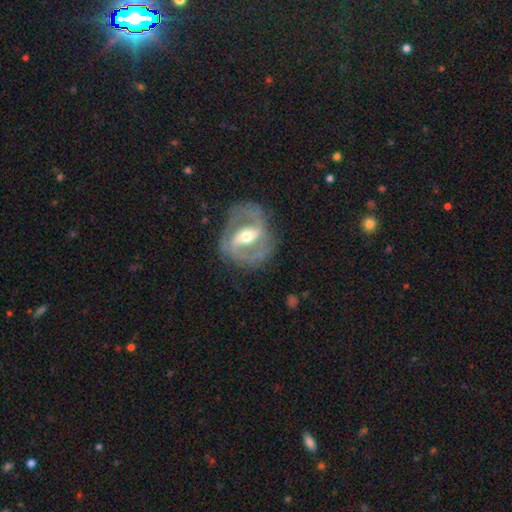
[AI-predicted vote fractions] smooth-or-featured: featured or disk: 87% | smooth: 9% | star or artifact: 5%
  disk-edge-on: no: 96% | yes: 4%
    bar: strong: 52% | weak: 34% | no: 14%
    has-spiral-arms: yes: 90% | no: 10%
      spiral-winding: medium: 49% | tight: 36% | loose: 15%
      spiral-arm-count: 2: 86% | can't tell: 6% | 3: 3% | 1: 3% | 4: 1% | more than 4: 1%
    bulge-size: moderate: 68% | small: 24% | large: 6% | none: 1% | dominant: 1%
  merging: none: 77% | minor disturbance: 14% | major disturbance: 7% | merger: 1%